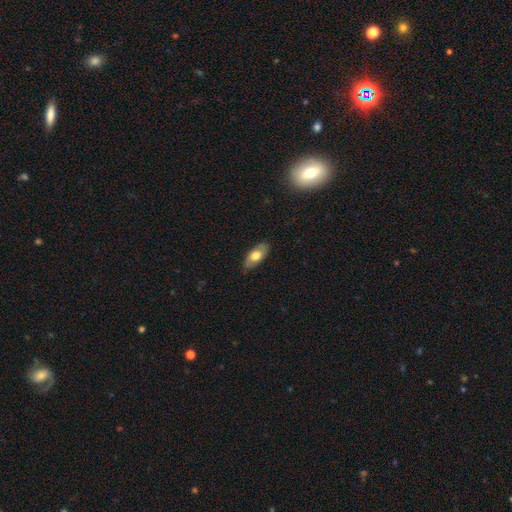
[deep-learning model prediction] Q: Smooth or featured?
A: smooth (68%); runner-up: featured or disk (26%)
Q: How rounded?
A: in between (88%); runner-up: cigar-shaped (9%)
Q: Merging?
A: none (83%); runner-up: minor disturbance (13%)